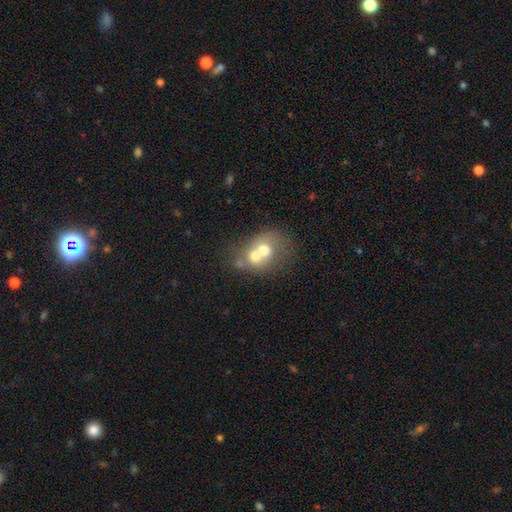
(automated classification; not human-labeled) A smooth galaxy with no disk features (52%) that is round (60%). Merging: merger (64%).